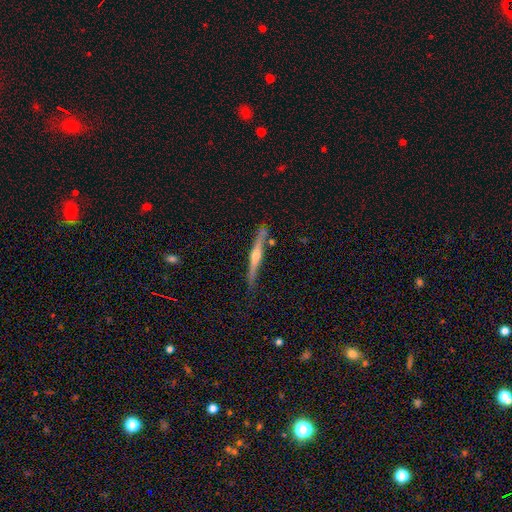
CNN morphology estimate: The model was most divided on "smooth or featured": featured or disk: 73%, smooth: 22%, star or artifact: 5%. More confident: edge-on disk — yes (98%); edge-on bulge — rounded (86%); merging — none (82%).